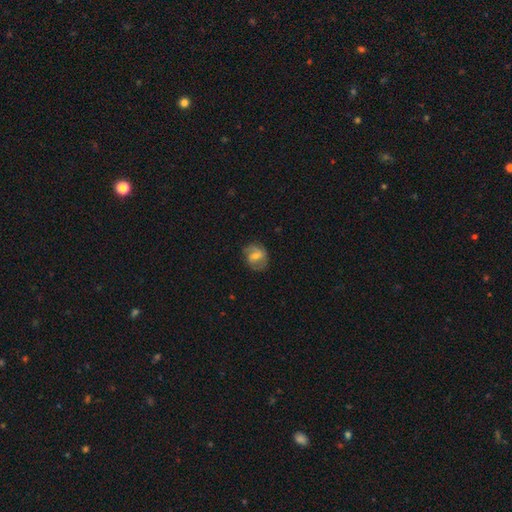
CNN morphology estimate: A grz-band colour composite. It shows a featured or disk galaxy (57%) with a weak bar (51%), spiral arms (79%) and a moderate central bulge (52%). Merging: none (71%).